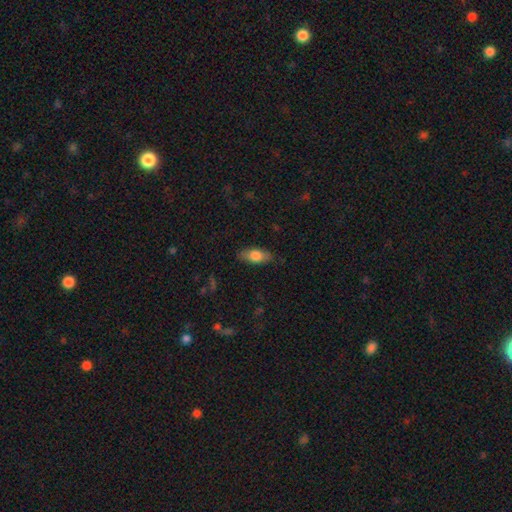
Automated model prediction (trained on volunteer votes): Q: Smooth or featured?
A: smooth (74%); runner-up: featured or disk (19%)
Q: How rounded?
A: in between (82%); runner-up: cigar-shaped (15%)
Q: Merging?
A: none (83%); runner-up: minor disturbance (12%)